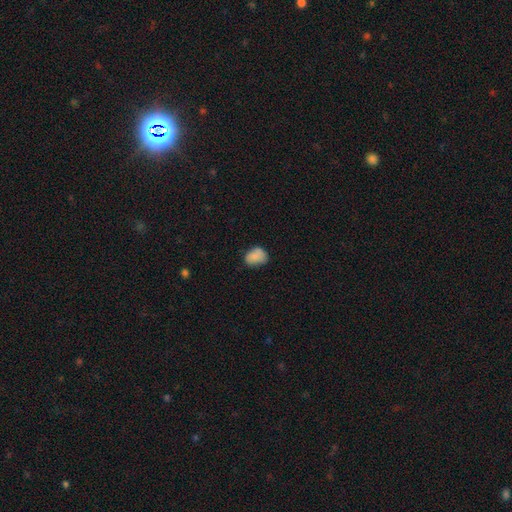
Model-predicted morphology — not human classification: Overall: smooth (84%). How rounded: in between (70%). Merging: none (61%; minor disturbance 30%).